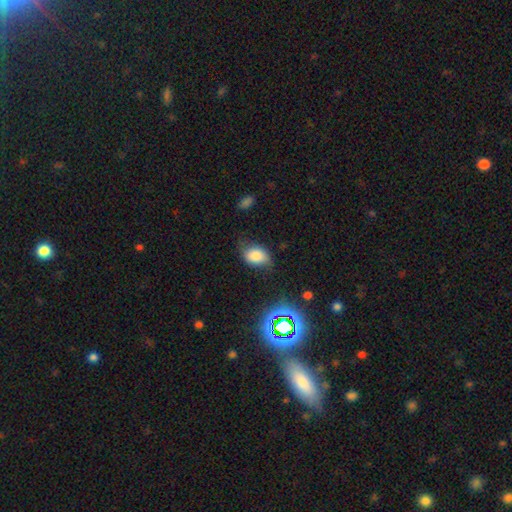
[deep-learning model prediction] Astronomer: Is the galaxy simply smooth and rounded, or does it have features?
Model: smooth — 76%.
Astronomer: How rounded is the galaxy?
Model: in between — 80%.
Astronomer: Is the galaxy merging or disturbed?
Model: none — 61%.